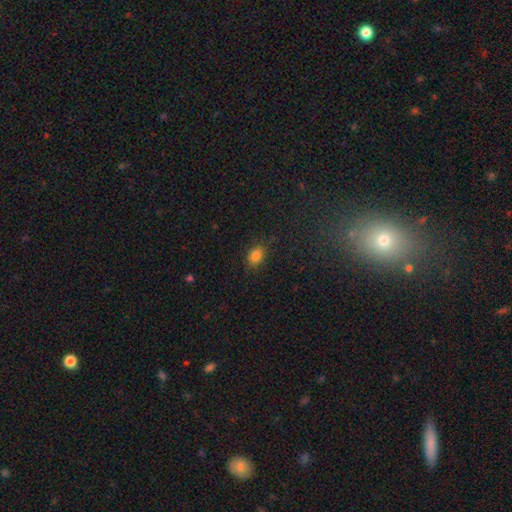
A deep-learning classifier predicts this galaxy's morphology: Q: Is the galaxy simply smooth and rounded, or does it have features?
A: smooth — 82%.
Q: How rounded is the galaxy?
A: in between — 70%.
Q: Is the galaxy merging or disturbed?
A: none — 80%.